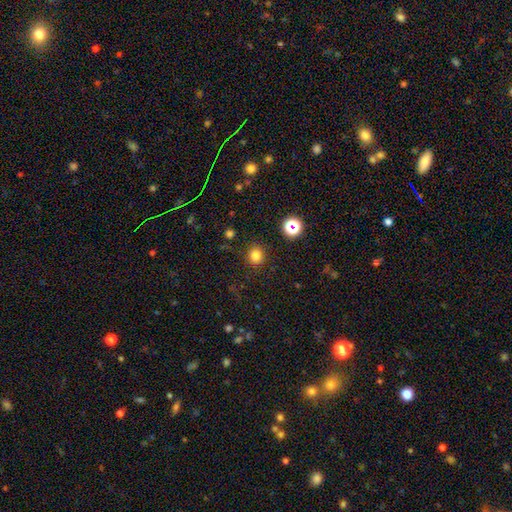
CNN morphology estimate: smooth-or-featured: smooth: 79% | star or artifact: 16% | featured or disk: 5%
  how-rounded: round: 85% | in between: 14% | cigar-shaped: 1%
  merging: none: 87% | minor disturbance: 8% | major disturbance: 3% | merger: 2%